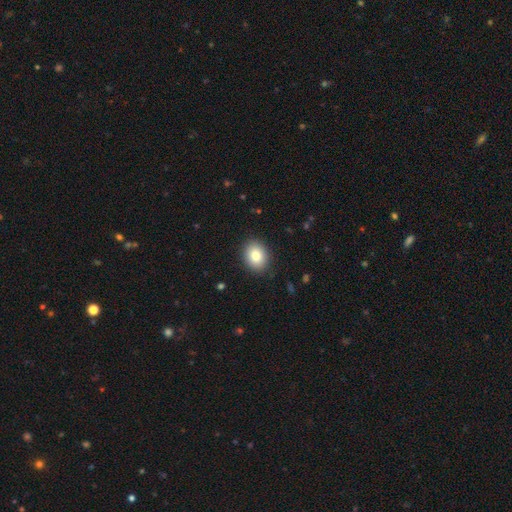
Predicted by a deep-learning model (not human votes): Smooth or featured? Predicted: smooth (p=0.83). How rounded? Predicted: in between (p=0.55). Merging? Predicted: none (p=0.89).